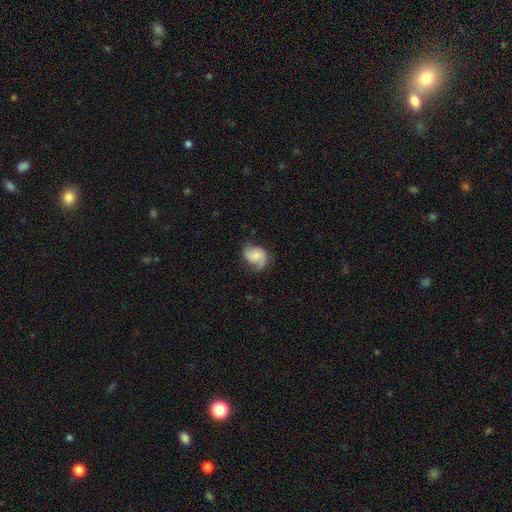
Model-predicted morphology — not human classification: Smooth or featured?
  - featured or disk: 48% *
  - smooth: 44%
  - star or artifact: 8%
Merging?
  - none: 56% *
  - minor disturbance: 29%
  - major disturbance: 14%
  - merger: 1%